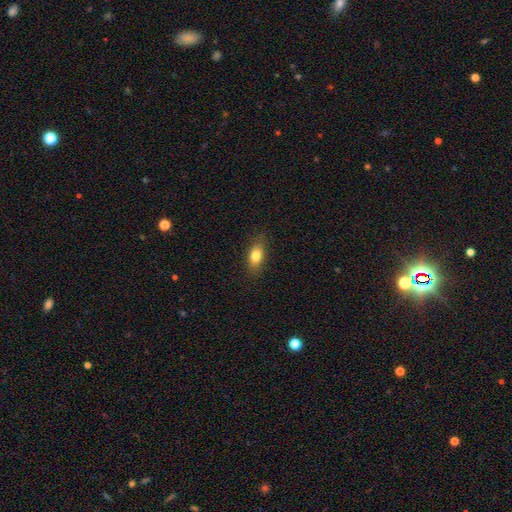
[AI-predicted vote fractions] Smooth or featured? Predicted: smooth (p=0.81). How rounded? Predicted: in between (p=0.83). Merging? Predicted: none (p=0.84).